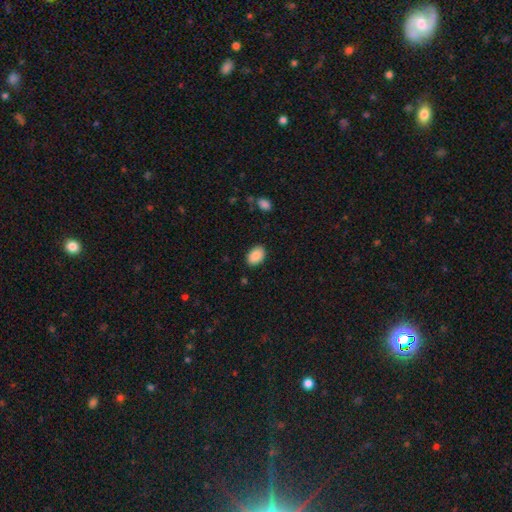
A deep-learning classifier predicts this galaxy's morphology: Overall: smooth (89%). How rounded: in between (87%). Merging: none (86%).